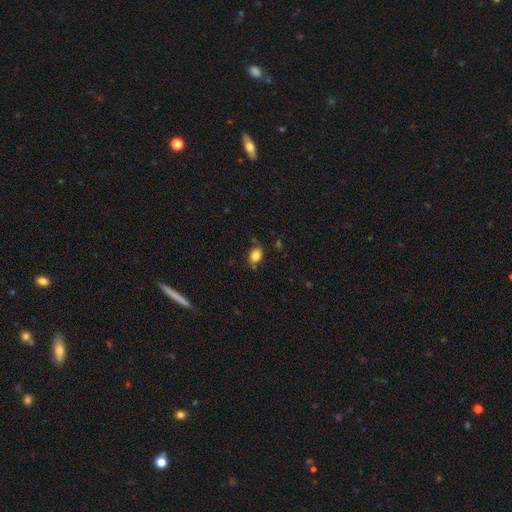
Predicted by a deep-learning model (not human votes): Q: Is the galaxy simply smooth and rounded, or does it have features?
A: smooth — 83%.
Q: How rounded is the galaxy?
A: in between — 69%.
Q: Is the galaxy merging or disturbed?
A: none — 79%.